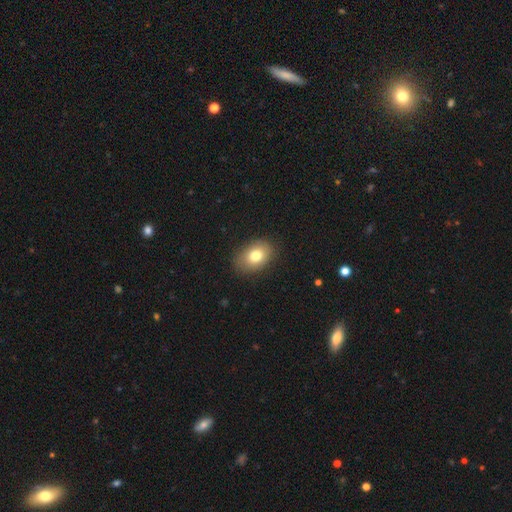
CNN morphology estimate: smooth-or-featured: smooth: 78% | featured or disk: 13% | star or artifact: 9%
  how-rounded: in between: 78% | round: 21% | cigar-shaped: 1%
  merging: none: 85% | minor disturbance: 11% | major disturbance: 3% | merger: 1%